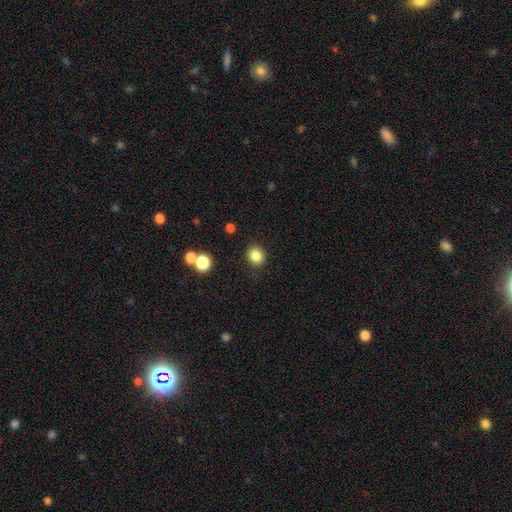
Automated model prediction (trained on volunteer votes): smooth 84%, star or artifact 11%, featured or disk 4%. Down the decision tree: how rounded — round (76%); merging — none (86%).